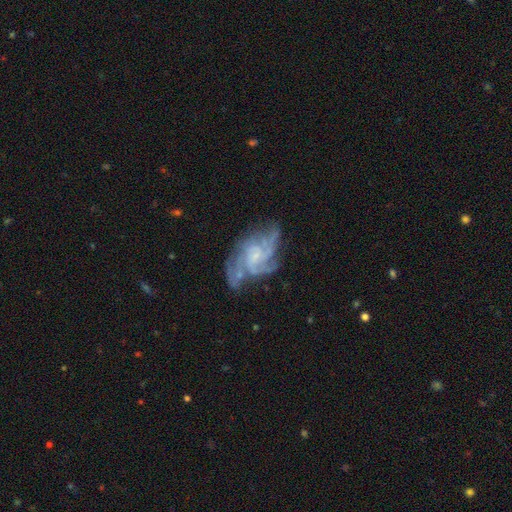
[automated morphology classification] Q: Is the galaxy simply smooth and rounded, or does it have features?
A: featured or disk — 84%.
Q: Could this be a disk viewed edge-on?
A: no — 97%.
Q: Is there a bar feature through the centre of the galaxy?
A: no — 62%.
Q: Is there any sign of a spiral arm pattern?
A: yes — 94%.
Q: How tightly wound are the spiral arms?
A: tight — 43%, tied with medium.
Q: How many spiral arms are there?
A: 4 — 30%.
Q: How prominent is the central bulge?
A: small — 56%.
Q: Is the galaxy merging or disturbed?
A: none — 57%.